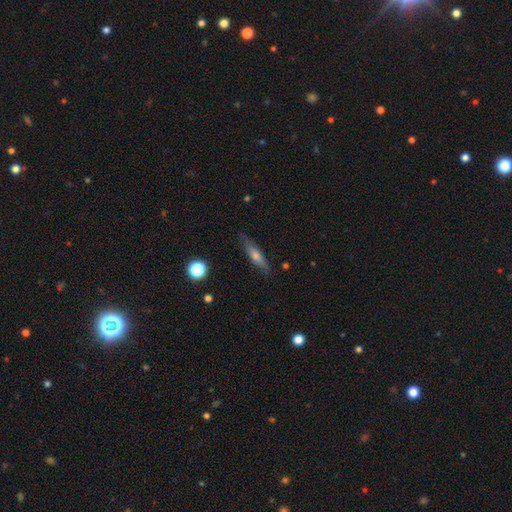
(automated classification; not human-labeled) Smooth or featured? smooth (52%)
How rounded? cigar-shaped (76%)
Merging? none (83%)